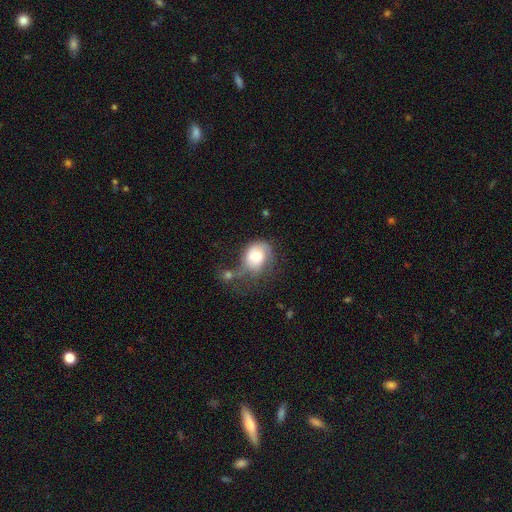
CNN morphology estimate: type=smooth (64%); roundness=round (56%); merging=major disturbance (32%).